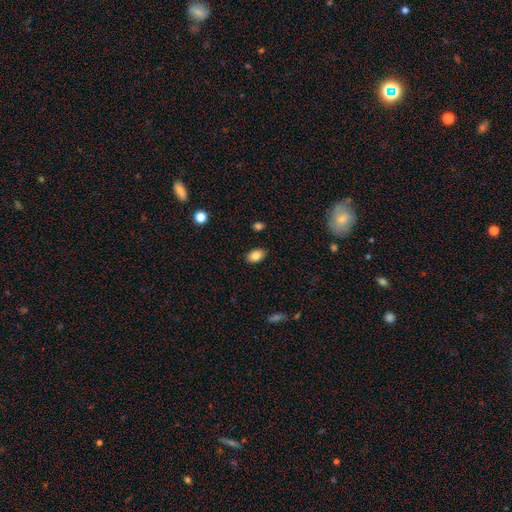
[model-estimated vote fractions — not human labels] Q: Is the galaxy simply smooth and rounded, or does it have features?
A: smooth — 84%.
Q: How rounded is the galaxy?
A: in between — 88%.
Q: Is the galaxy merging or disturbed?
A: none — 87%.